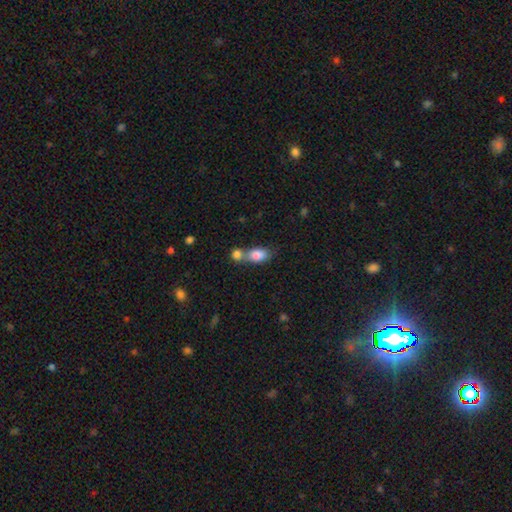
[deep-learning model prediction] Smooth or featured?
  - smooth: 82% *
  - featured or disk: 10%
  - star or artifact: 8%
How rounded?
  - in between: 82% *
  - round: 13%
  - cigar-shaped: 5%
Merging?
  - merger: 58% *
  - none: 30%
  - minor disturbance: 8%
  - major disturbance: 4%